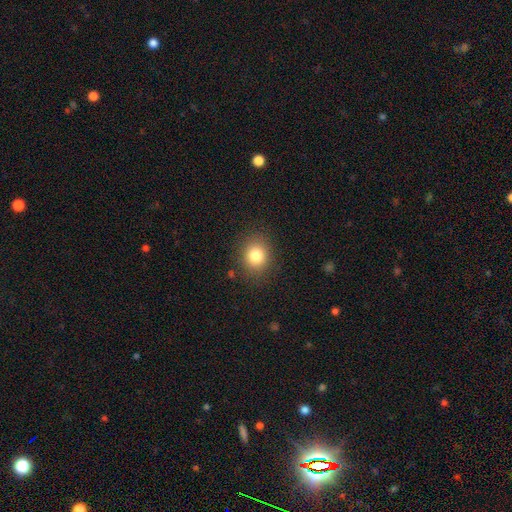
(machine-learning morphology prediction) The model was most divided on "how rounded": round: 68%, in between: 31%, cigar-shaped: 1%. More confident: merging — none (86%); smooth or featured — smooth (81%).